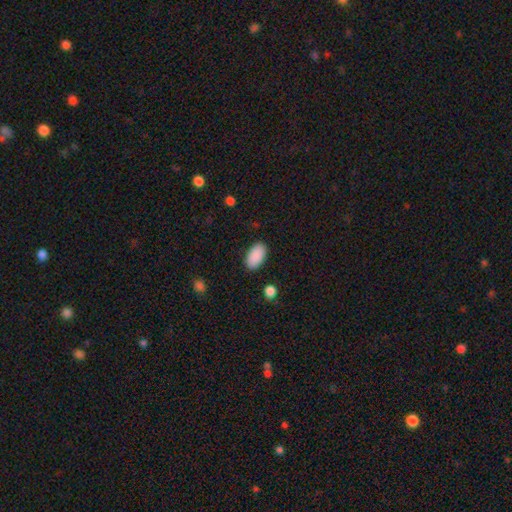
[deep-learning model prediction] This appears to be a smooth galaxy with no disk features (91%) that is in between round and cigar-shaped (95%). Merging: none (89%).